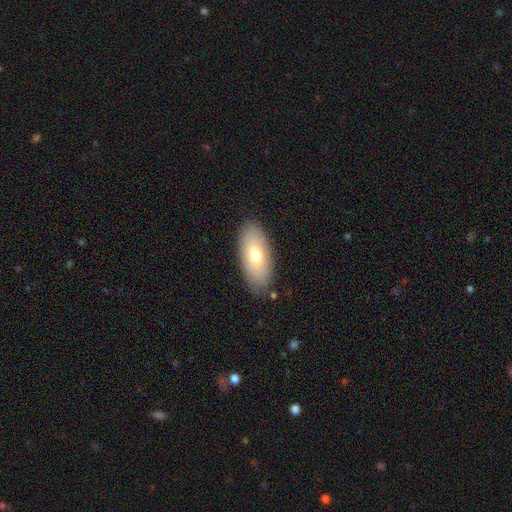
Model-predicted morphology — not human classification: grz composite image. It shows a smooth galaxy with no disk features (69%) that is in between round and cigar-shaped (88%). Merging: none (84%).